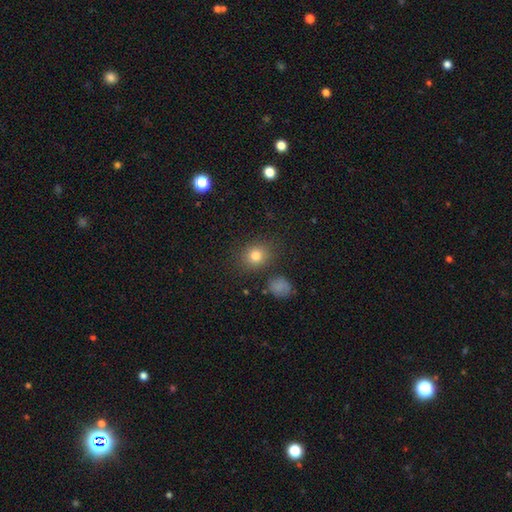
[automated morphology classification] A smooth galaxy with no disk features (79%) that is round (78%).

Vote fractions:
- Smooth or featured? smooth: 79% / star or artifact: 14% / featured or disk: 7%
- How rounded? round: 78% / in between: 21% / cigar-shaped: 1%
- Merging? none: 82% / minor disturbance: 10% / merger: 4% / major disturbance: 4%